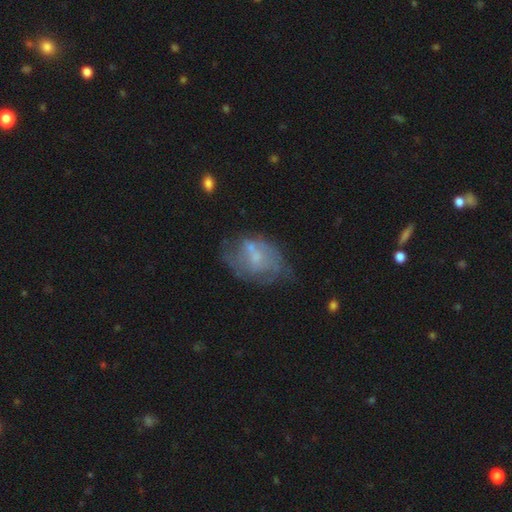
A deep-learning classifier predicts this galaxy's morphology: type=featured or disk (58%); edge-on=no (96%); bar=no (67%); spiral arms=no (51%); bulge=small (51%); merging=none (42%).